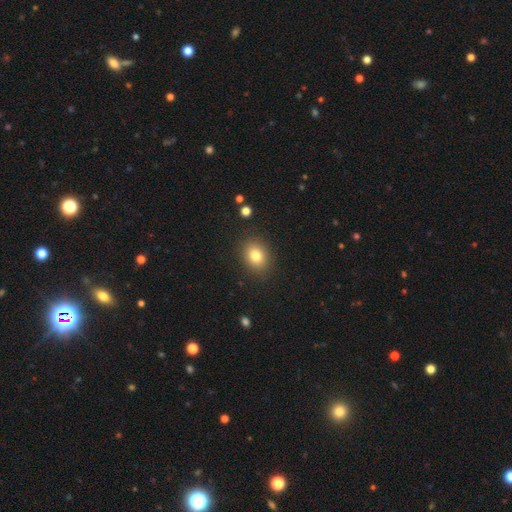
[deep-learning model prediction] This is clearly a smooth galaxy (81%). How rounded: possibly round (50%). Merging: clearly none (87%).